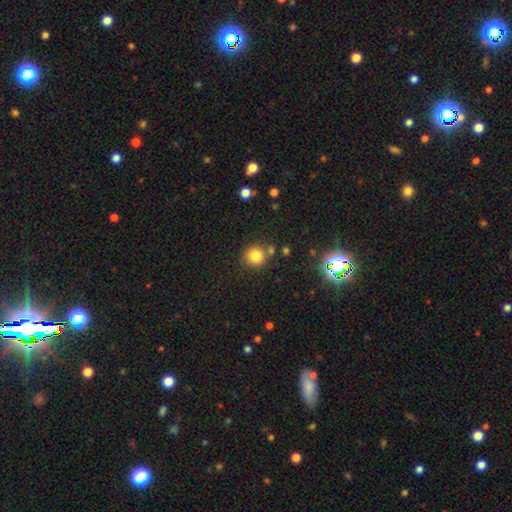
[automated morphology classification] Smooth or featured? smooth (81%)
How rounded? round (92%)
Merging? none (78%)